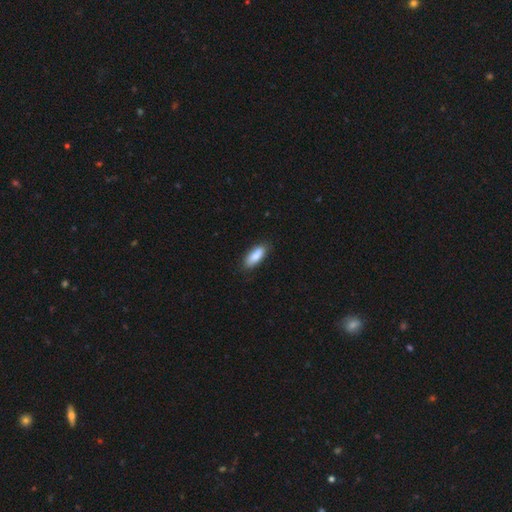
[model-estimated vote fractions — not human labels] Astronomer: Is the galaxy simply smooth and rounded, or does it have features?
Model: smooth — 85%.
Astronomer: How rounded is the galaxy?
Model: in between — 74%.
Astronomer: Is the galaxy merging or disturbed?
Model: none — 81%.